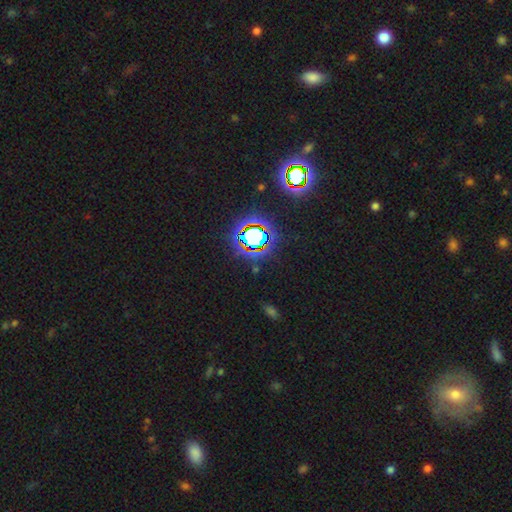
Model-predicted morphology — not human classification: Overall: star or artifact (79%).